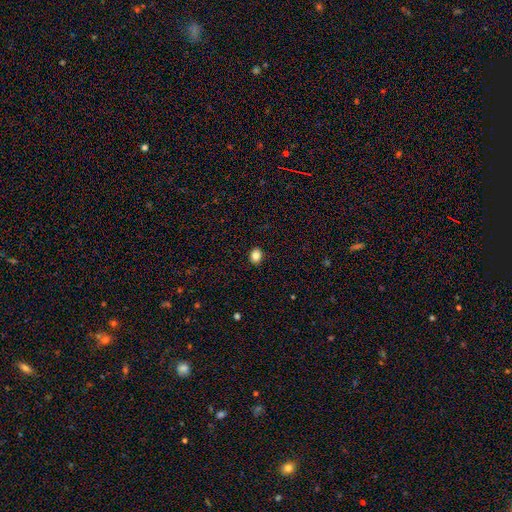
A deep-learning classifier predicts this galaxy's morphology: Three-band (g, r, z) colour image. It shows a smooth galaxy with no disk features (85%) that is in between round and cigar-shaped (50%). Merging: none (90%).